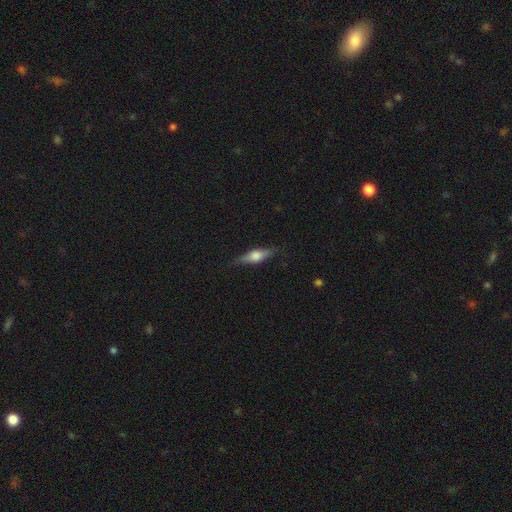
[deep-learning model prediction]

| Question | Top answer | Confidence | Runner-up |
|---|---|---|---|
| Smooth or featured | featured or disk | 52% | smooth (41%) |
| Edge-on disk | yes | 94% | no (6%) |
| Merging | none | 82% | minor disturbance (14%) |